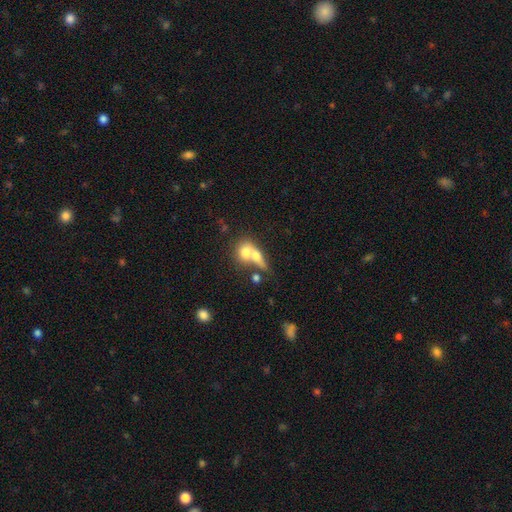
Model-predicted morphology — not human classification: Overall: smooth (67%). How rounded: round (46%, tied with in between). Merging: merger (66%).